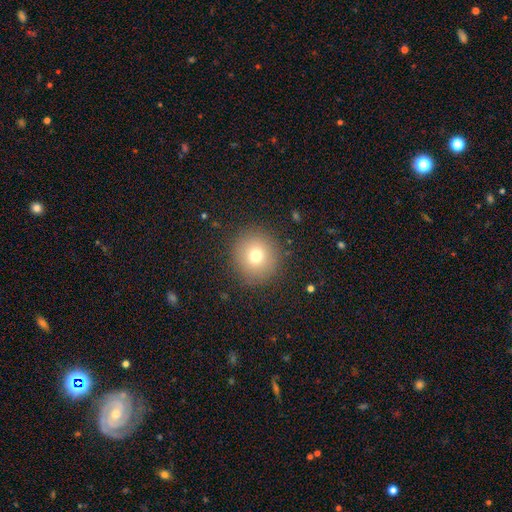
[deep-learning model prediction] Smooth or featured? Predicted: smooth (p=0.73). How rounded? Predicted: round (p=0.94). Merging? Predicted: none (p=0.89).